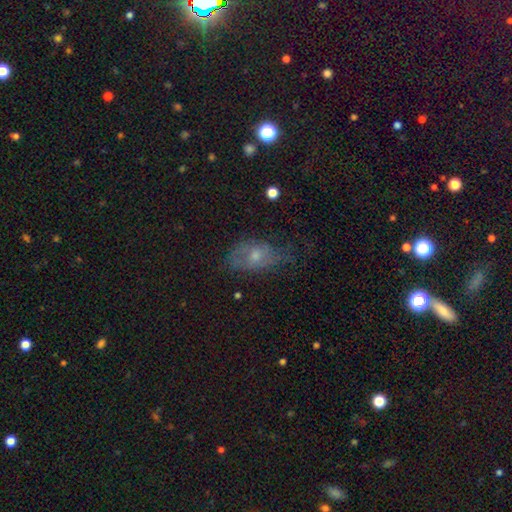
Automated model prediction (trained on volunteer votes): Smooth or featured? smooth (48%)
Merging? none (45%)